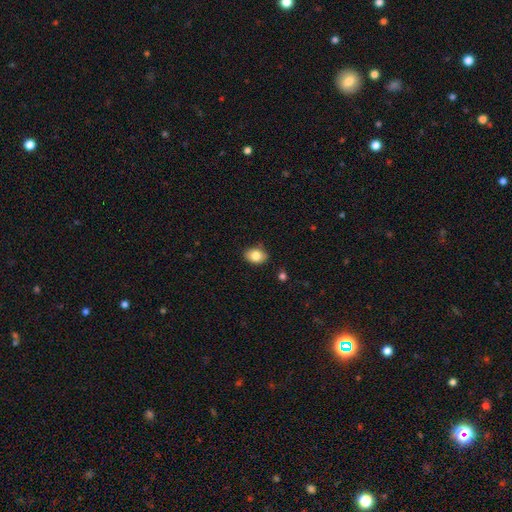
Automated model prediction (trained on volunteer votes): Overall: smooth (83%). How rounded: in between (74%). Merging: none (84%).